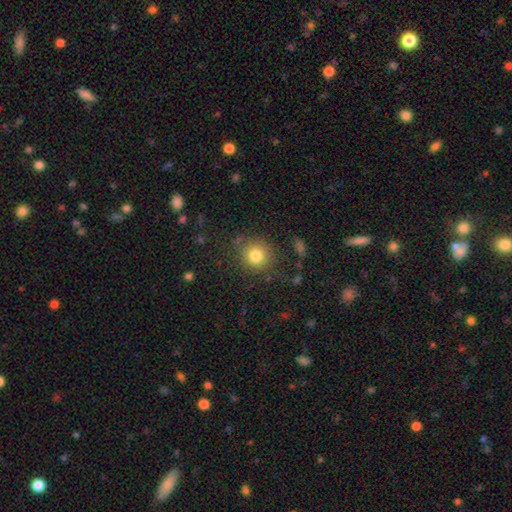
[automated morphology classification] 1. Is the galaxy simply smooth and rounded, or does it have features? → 81% smooth, 11% star or artifact, 8% featured or disk.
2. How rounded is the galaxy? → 87% round, 12% in between, 1% cigar-shaped.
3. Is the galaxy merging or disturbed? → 79% none, 13% minor disturbance, 5% major disturbance, 3% merger.